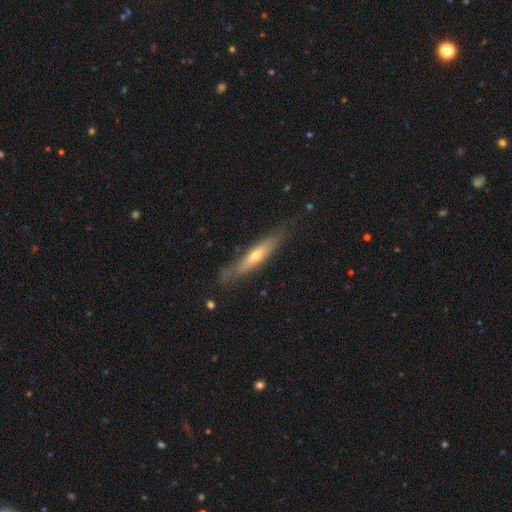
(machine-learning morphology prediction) type=featured or disk (55%); edge-on=yes (83%); merging=none (77%).